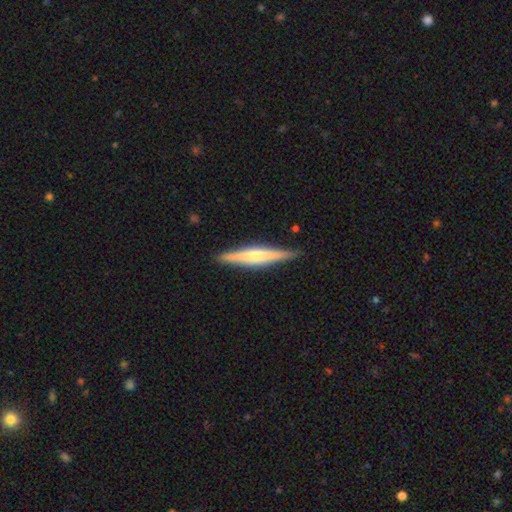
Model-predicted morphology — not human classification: The model was most divided on "edge-on bulge": rounded: 46%, none: 28%, boxy: 26%. More confident: edge-on disk — yes (97%); merging — none (88%); smooth or featured — featured or disk (58%).